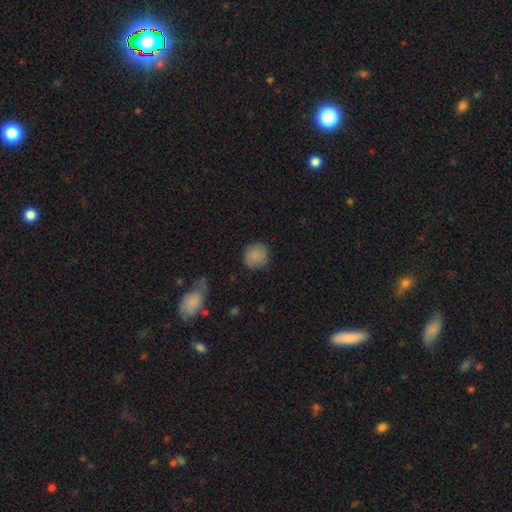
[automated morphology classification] This appears to be a smooth galaxy with no disk features (83%) that is round (91%). Merging: none (83%).